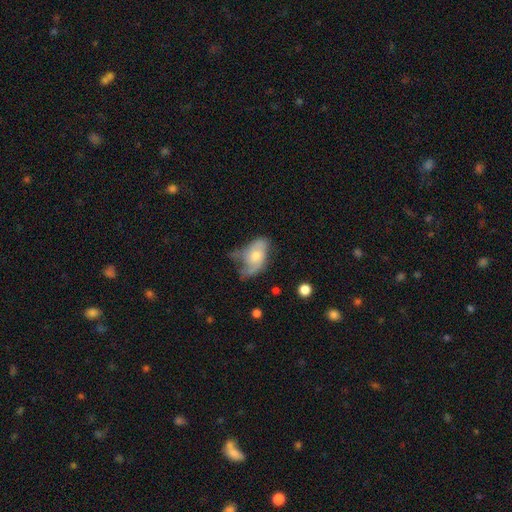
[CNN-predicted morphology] smooth-or-featured: featured or disk: 49% | smooth: 44% | star or artifact: 7%
  merging: major disturbance: 35% | minor disturbance: 33% | none: 27% | merger: 6%